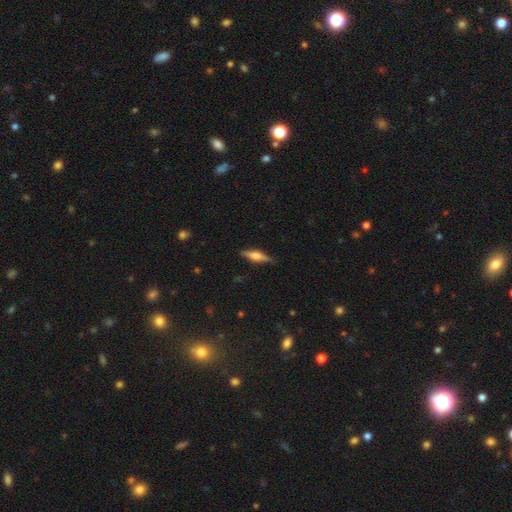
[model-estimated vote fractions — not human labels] smooth-or-featured: featured or disk: 65% | smooth: 29% | star or artifact: 6%
  disk-edge-on: yes: 97% | no: 3%
    edge-on-bulge: rounded: 84% | boxy: 13% | none: 3%
  merging: none: 87% | minor disturbance: 10% | major disturbance: 2% | merger: 1%